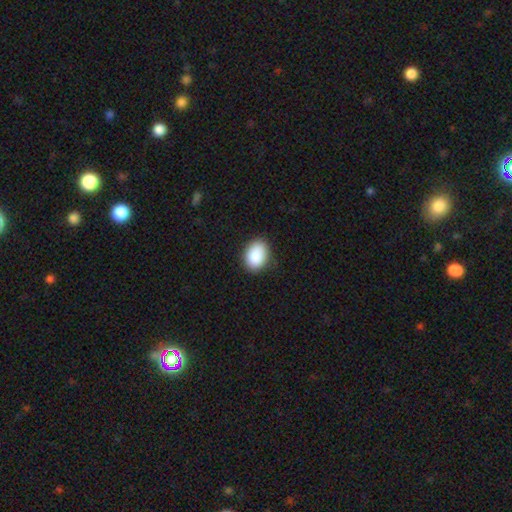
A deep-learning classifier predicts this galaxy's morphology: Smooth or featured? Predicted: smooth (p=0.89). How rounded? Predicted: in between (p=0.74). Merging? Predicted: none (p=0.83).